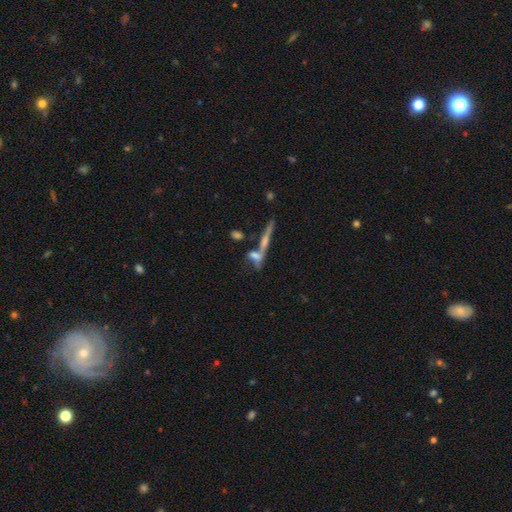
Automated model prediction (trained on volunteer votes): Smooth or featured? featured or disk (44%, tied with smooth)
Merging? merger (41%)